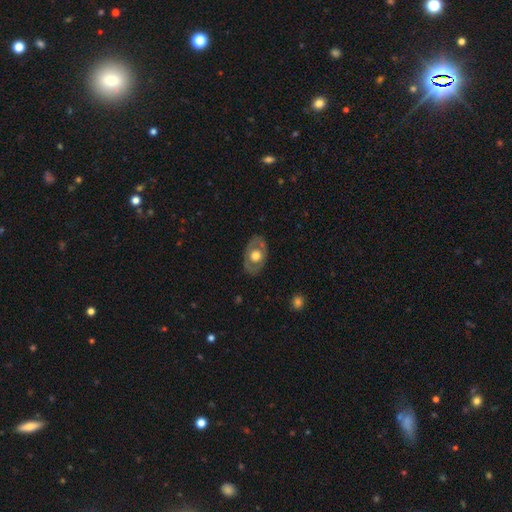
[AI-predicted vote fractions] The model was most divided on "smooth or featured": featured or disk: 51%, smooth: 44%, star or artifact: 6%. More confident: edge-on disk — no (90%); merging — none (80%).